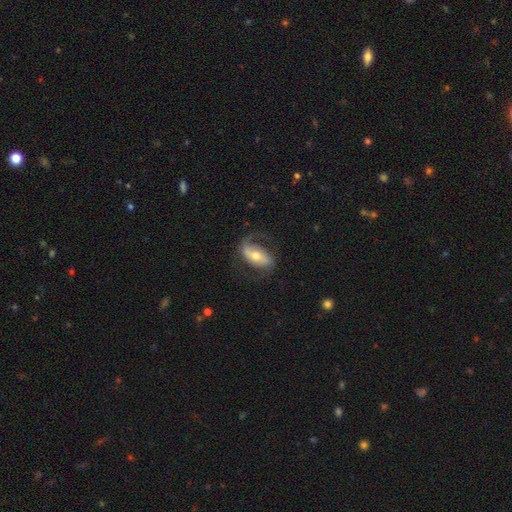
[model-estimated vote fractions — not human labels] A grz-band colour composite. It shows a featured or disk galaxy (72%) with a strong bar (41%), 2 (71%) loose (43%) spiral arms (88%) and a moderate central bulge (58%). Merging: none (62%).